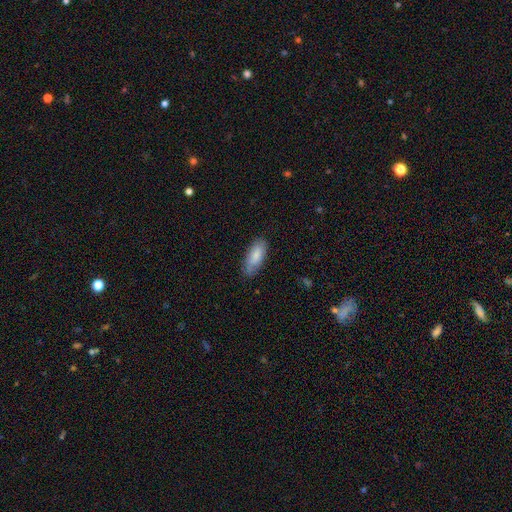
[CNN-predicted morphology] smooth 82%, featured or disk 12%, star or artifact 6%. Down the decision tree: how rounded — in between (82%); merging — none (75%).